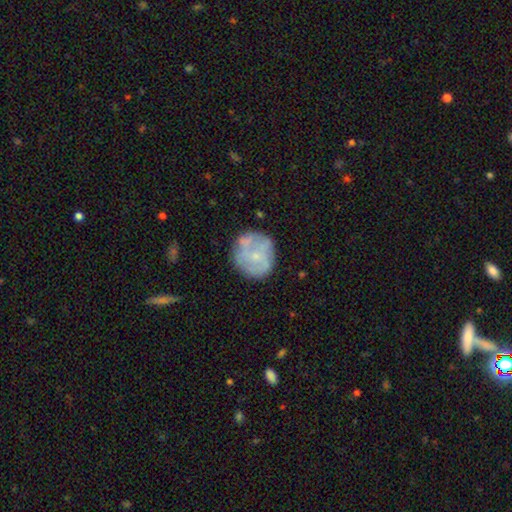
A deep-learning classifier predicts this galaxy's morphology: Smooth or featured? featured or disk (50%)
Edge-on disk? no (98%)
Merging? none (68%)